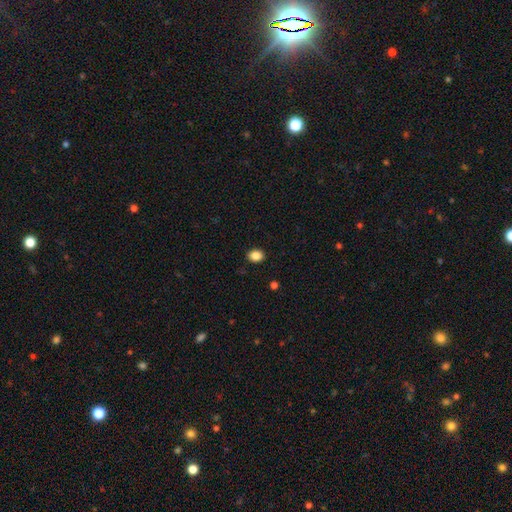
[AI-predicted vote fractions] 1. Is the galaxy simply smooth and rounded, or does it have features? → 88% smooth, 9% star or artifact, 3% featured or disk.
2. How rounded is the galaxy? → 61% in between, 38% round, 1% cigar-shaped.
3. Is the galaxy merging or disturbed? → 90% none, 7% minor disturbance, 2% major disturbance, 1% merger.